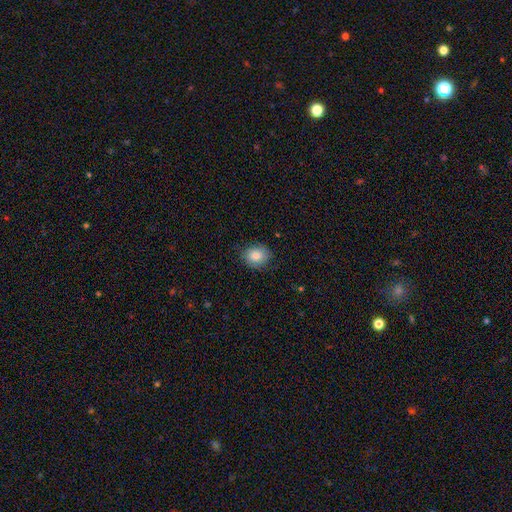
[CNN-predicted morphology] This appears to be a smooth galaxy with no disk features (81%) that is round (62%). Merging: none (81%).